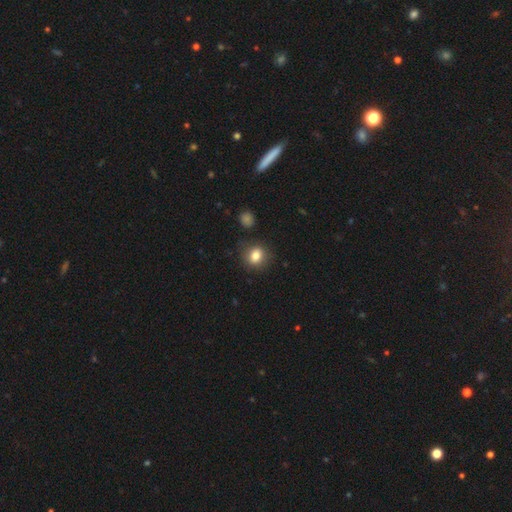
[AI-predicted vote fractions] The model was most divided on "how rounded": round: 66%, in between: 33%, cigar-shaped: 1%. More confident: merging — none (84%); smooth or featured — smooth (81%).